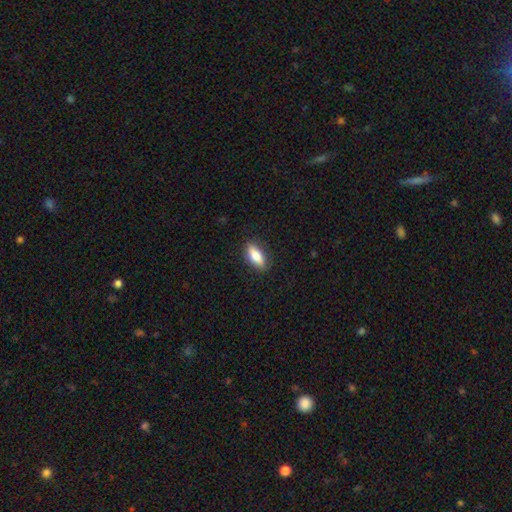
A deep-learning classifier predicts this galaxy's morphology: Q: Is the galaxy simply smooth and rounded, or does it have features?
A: smooth — 73%.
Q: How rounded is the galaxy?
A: in between — 65%.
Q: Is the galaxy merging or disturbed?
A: none — 84%.